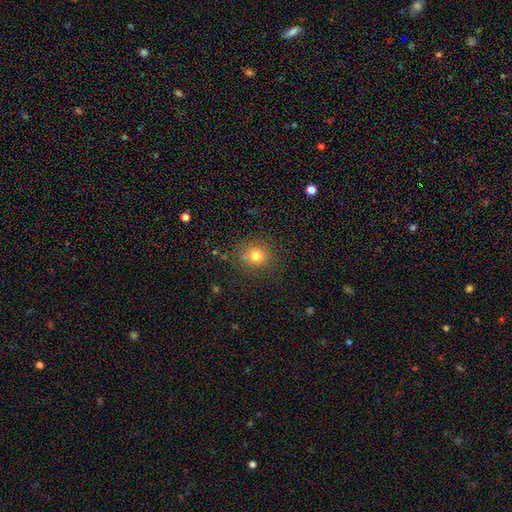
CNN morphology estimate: This is likely a smooth galaxy (76%). How rounded: clearly round (83%). Merging: likely none (79%).